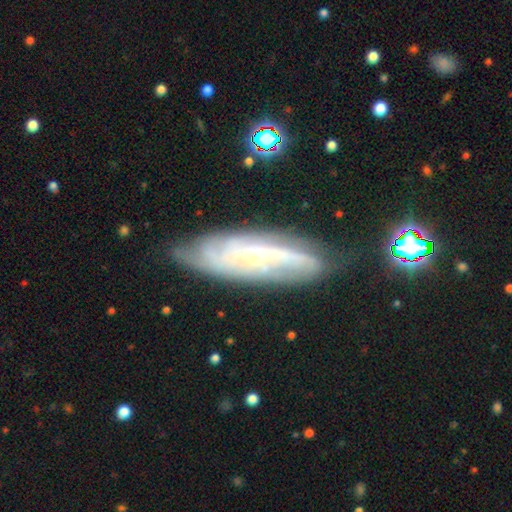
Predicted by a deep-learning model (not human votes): Smooth or featured: featured or disk — 74% (smooth — 18%)
Edge-on disk: no — 75% (yes — 25%)
Bar: no — 64% (weak — 27%)
Spiral arms: yes — 88% (no — 12%)
Bulge size: small — 70% (moderate — 25%)
Merging: none — 74% (minor disturbance — 19%)